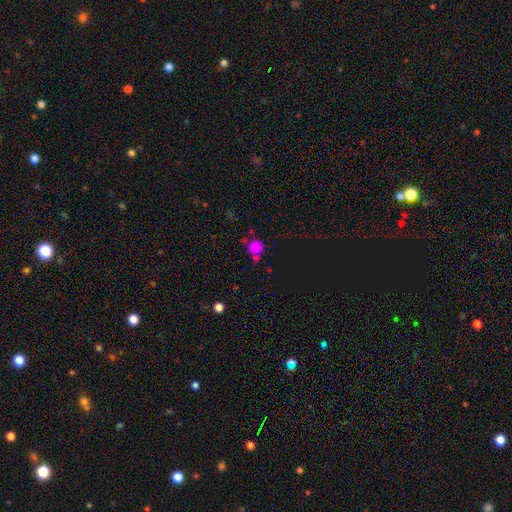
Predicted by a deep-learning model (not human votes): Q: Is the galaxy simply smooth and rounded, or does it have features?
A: smooth — 76%.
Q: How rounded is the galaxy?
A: round — 92%.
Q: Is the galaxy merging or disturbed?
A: none — 67%.